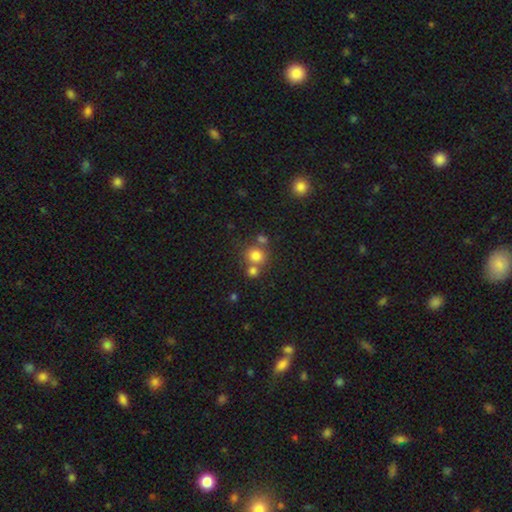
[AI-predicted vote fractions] This is likely a smooth galaxy (77%). How rounded: clearly round (85%). Merging: possibly none (56%).